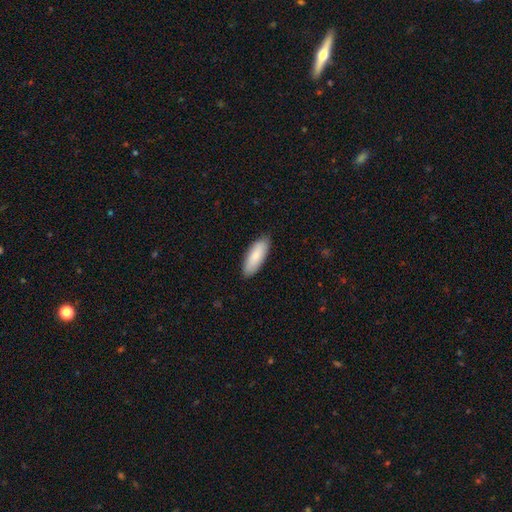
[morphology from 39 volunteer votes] Overall: smooth (77%). How rounded: in between (67%; cigar-shaped 30%). Merging: none (87%).